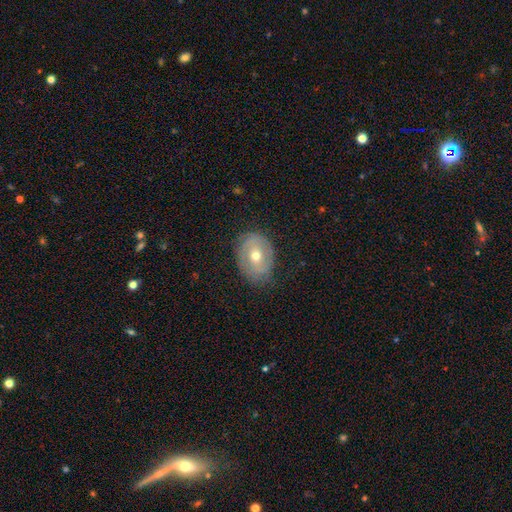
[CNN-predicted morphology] smooth-or-featured: featured or disk: 58% | smooth: 35% | star or artifact: 8%
  disk-edge-on: no: 94% | yes: 6%
    bar: no: 56% | weak: 33% | strong: 12%
    has-spiral-arms: yes: 58% | no: 42%
    bulge-size: moderate: 68% | small: 28% | large: 2% | none: 1% | dominant: 1%
  merging: none: 76% | minor disturbance: 18% | major disturbance: 5% | merger: 1%